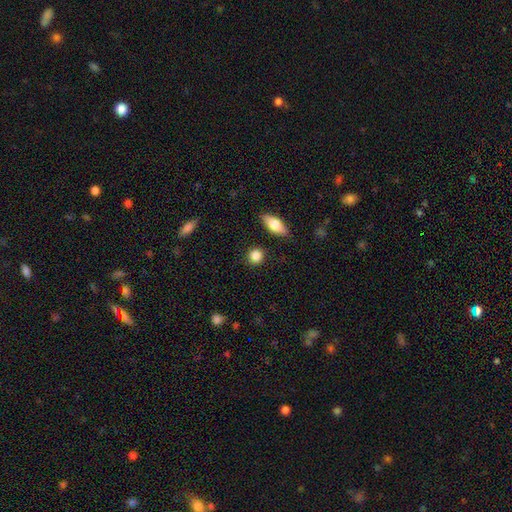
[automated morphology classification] A smooth galaxy with no disk features (86%) that is round (84%).

Vote fractions:
- Smooth or featured? smooth: 86% / star or artifact: 8% / featured or disk: 5%
- How rounded? round: 84% / in between: 13% / cigar-shaped: 2%
- Merging? none: 86% / minor disturbance: 8% / merger: 3% / major disturbance: 3%